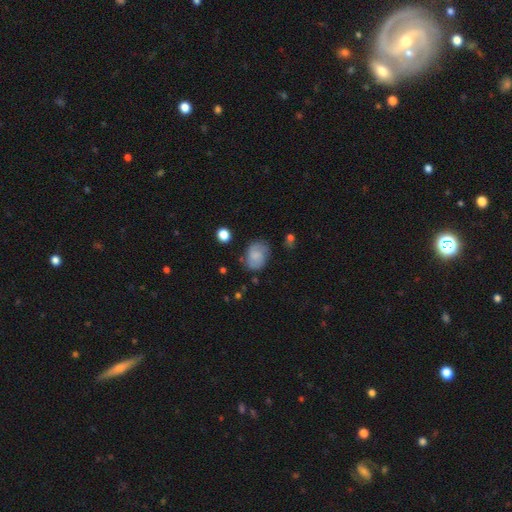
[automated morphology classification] smooth 59%, featured or disk 32%, star or artifact 9%. Down the decision tree: how rounded — in between (65%); merging — none (68%).